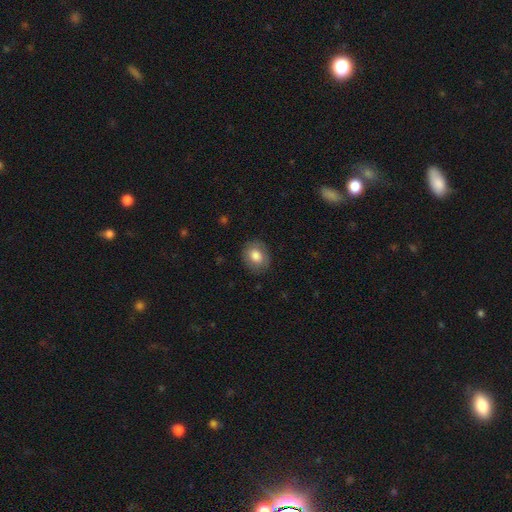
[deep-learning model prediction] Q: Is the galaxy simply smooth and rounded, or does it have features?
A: smooth — 78%.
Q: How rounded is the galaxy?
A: round — 53%.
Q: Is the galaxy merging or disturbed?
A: none — 83%.